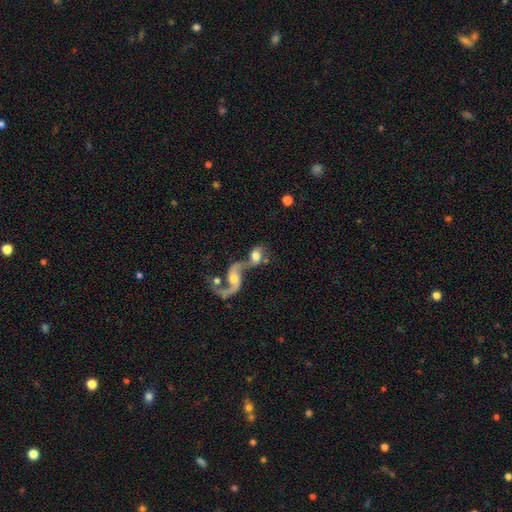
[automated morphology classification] A featured or disk galaxy (52%).

Vote fractions:
- Smooth or featured? featured or disk: 52% / smooth: 39% / star or artifact: 9%
- Edge-on disk? no: 94% / yes: 6%
- Merging? merger: 69% / none: 17% / major disturbance: 8% / minor disturbance: 7%